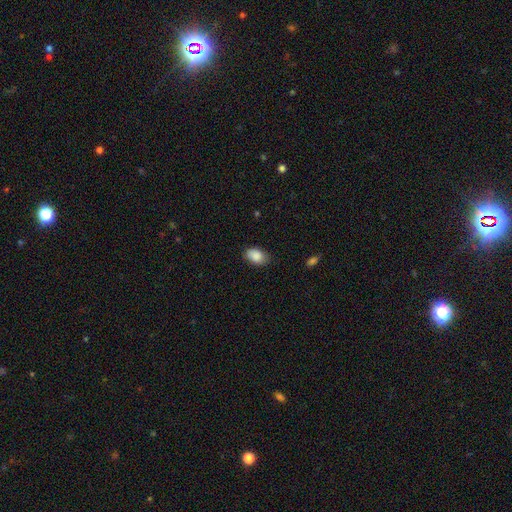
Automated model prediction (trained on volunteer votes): smooth 88%, star or artifact 7%, featured or disk 5%. Down the decision tree: how rounded — in between (88%); merging — none (77%).